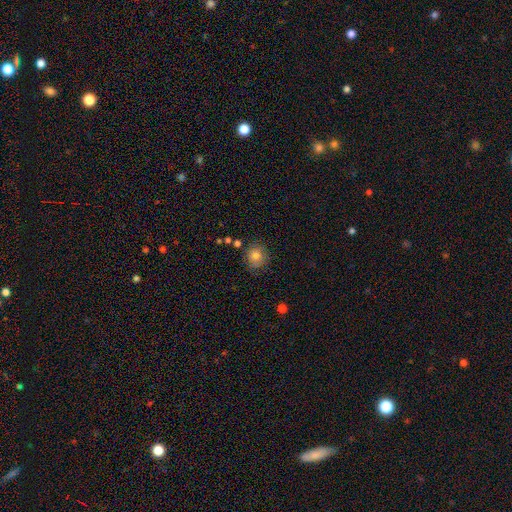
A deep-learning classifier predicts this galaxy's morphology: type=smooth (80%); roundness=round (84%); merging=none (82%).